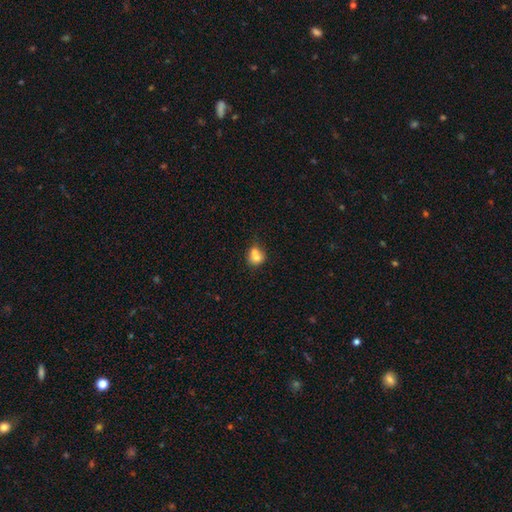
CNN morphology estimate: Smooth or featured?
  - smooth: 71% *
  - featured or disk: 19%
  - star or artifact: 10%
How rounded?
  - round: 70% *
  - in between: 29%
  - cigar-shaped: 1%
Merging?
  - merger: 57% *
  - none: 30%
  - minor disturbance: 9%
  - major disturbance: 4%